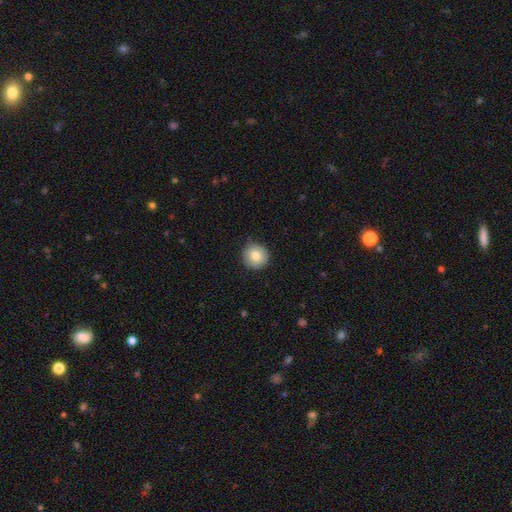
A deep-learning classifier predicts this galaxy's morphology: smooth_or_featured: smooth (p=0.82) [alt: featured or disk p=0.10]
how_rounded: round (p=0.94) [alt: in between p=0.05]
merging: none (p=0.88) [alt: minor disturbance p=0.09]